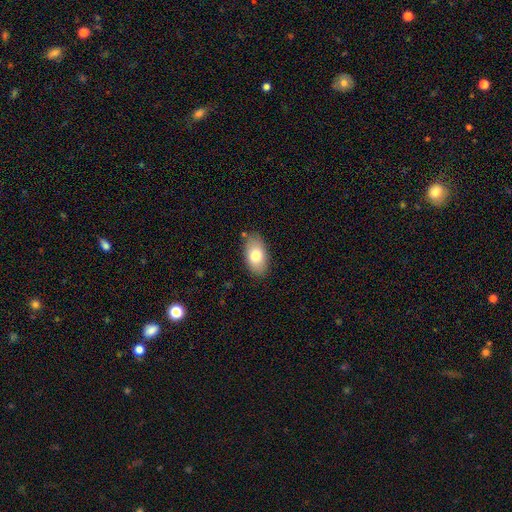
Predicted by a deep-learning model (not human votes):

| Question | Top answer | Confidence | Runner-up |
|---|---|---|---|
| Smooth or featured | smooth | 78% | featured or disk (15%) |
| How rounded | in between | 93% | round (5%) |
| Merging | none | 82% | minor disturbance (13%) |